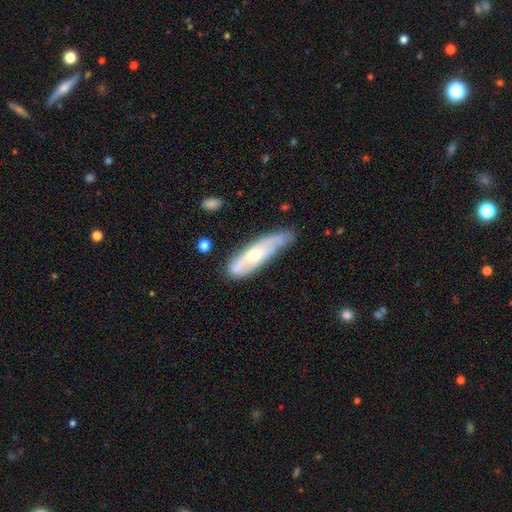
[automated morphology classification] smooth_or_featured: featured or disk (p=0.61) [alt: smooth p=0.33]
disk_edge_on: no (p=0.66) [alt: yes p=0.34]
merging: none (p=0.57) [alt: minor disturbance p=0.30]